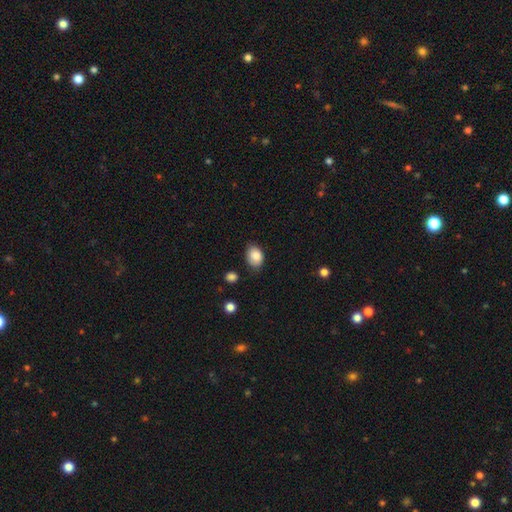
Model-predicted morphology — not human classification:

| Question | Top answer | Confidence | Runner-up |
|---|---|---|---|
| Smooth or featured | smooth | 86% | star or artifact (8%) |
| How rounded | in between | 77% | round (22%) |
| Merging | none | 71% | minor disturbance (23%) |